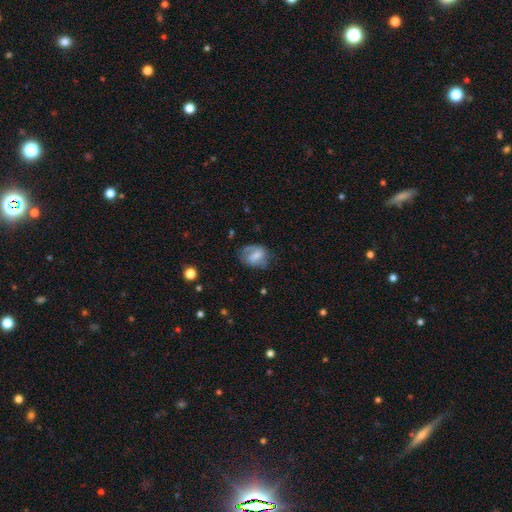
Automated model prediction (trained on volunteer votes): Smooth or featured? Predicted: smooth (p=0.53). How rounded? Predicted: in between (p=0.65). Merging? Predicted: none (p=0.55).